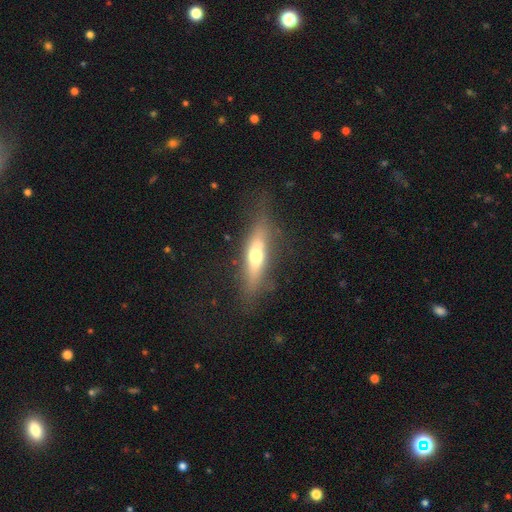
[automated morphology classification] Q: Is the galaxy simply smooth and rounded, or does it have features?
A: smooth — 52%.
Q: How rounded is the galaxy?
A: cigar-shaped — 65%.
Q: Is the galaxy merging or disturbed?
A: none — 71%.